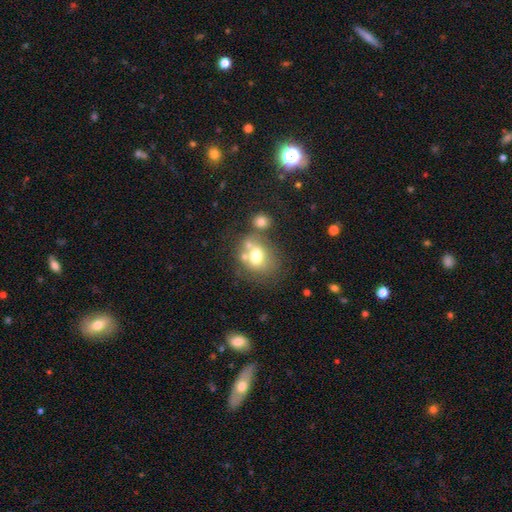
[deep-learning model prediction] Smooth or featured: smooth — 68% (featured or disk — 21%)
How rounded: round — 60% (in between — 39%)
Merging: none — 46% (merger — 29%)